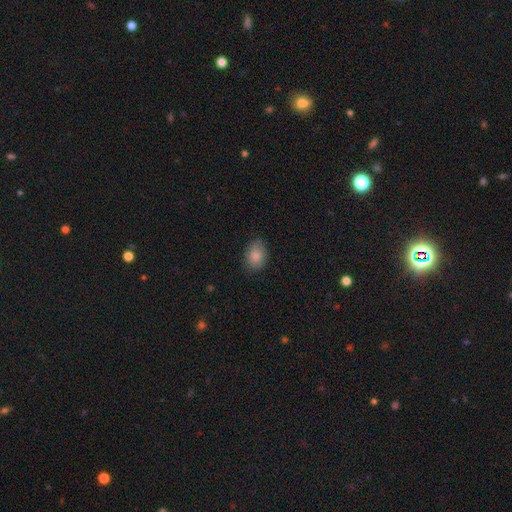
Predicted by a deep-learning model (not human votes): This is clearly a smooth galaxy (86%). How rounded: likely in between (74%). Merging: likely none (80%).